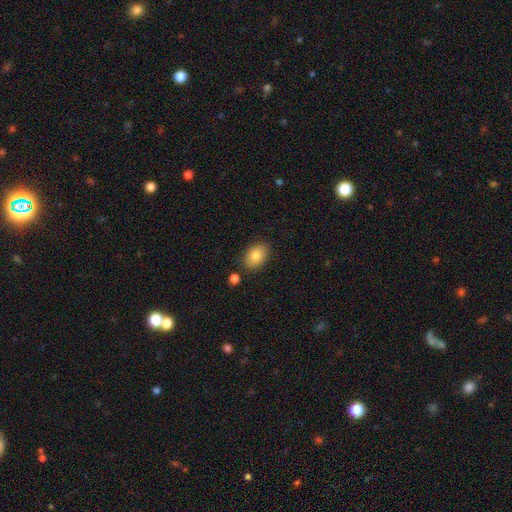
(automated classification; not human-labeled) smooth-or-featured: smooth: 83% | featured or disk: 9% | star or artifact: 8%
  how-rounded: in between: 82% | round: 16% | cigar-shaped: 1%
  merging: none: 83% | minor disturbance: 11% | merger: 4% | major disturbance: 2%